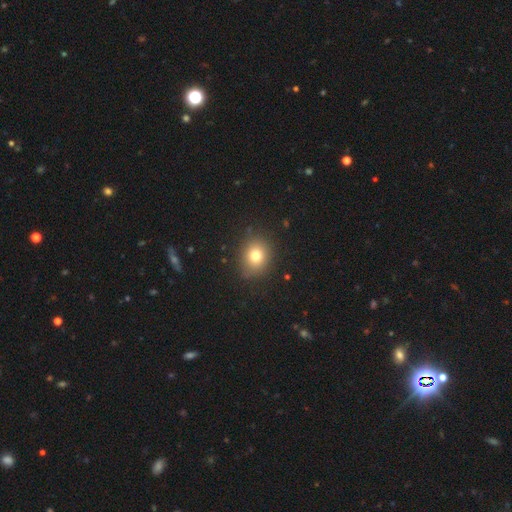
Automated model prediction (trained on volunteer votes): Q: Smooth or featured?
A: smooth (76%); runner-up: star or artifact (13%)
Q: How rounded?
A: round (68%); runner-up: in between (31%)
Q: Merging?
A: none (84%); runner-up: minor disturbance (11%)